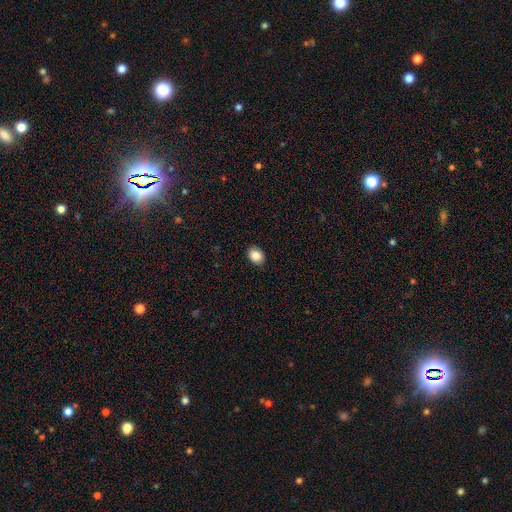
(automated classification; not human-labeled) Smooth or featured? Predicted: smooth (p=0.88). How rounded? Predicted: in between (p=0.56). Merging? Predicted: none (p=0.90).